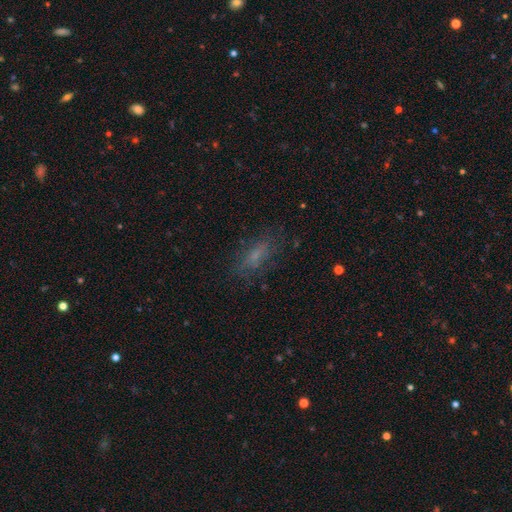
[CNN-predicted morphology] smooth_or_featured: smooth (p=0.58) [alt: featured or disk p=0.26]
how_rounded: in between (p=0.67) [alt: cigar-shaped p=0.28]
merging: none (p=0.73) [alt: minor disturbance p=0.17]